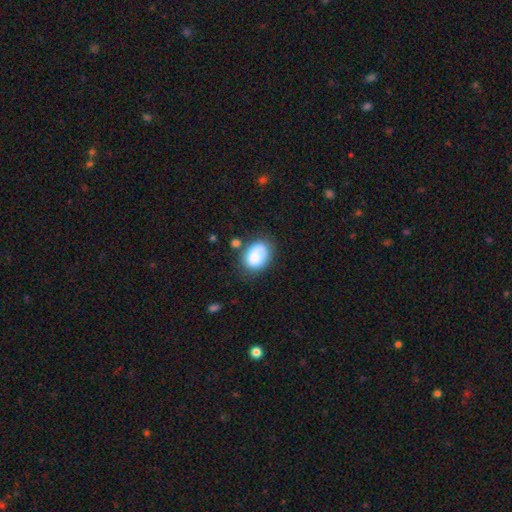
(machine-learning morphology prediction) Overall: smooth (81%). How rounded: in between (73%). Merging: none (60%; minor disturbance 22%).